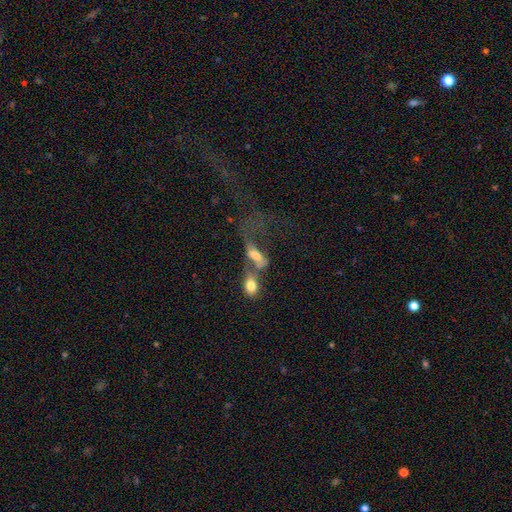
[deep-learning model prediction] Smooth or featured?
  - smooth: 60% *
  - featured or disk: 29%
  - star or artifact: 11%
How rounded?
  - in between: 78% *
  - cigar-shaped: 15%
  - round: 7%
Merging?
  - merger: 62% *
  - major disturbance: 17%
  - none: 13%
  - minor disturbance: 8%